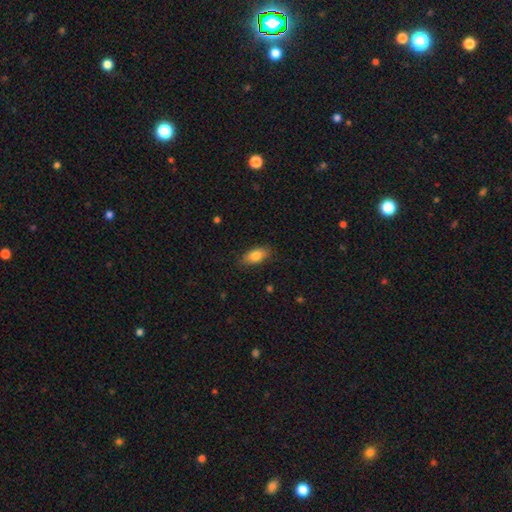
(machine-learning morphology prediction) Smooth or featured?
  - smooth: 81% *
  - featured or disk: 12%
  - star or artifact: 7%
How rounded?
  - in between: 86% *
  - cigar-shaped: 9%
  - round: 4%
Merging?
  - none: 82% *
  - minor disturbance: 14%
  - major disturbance: 3%
  - merger: 1%